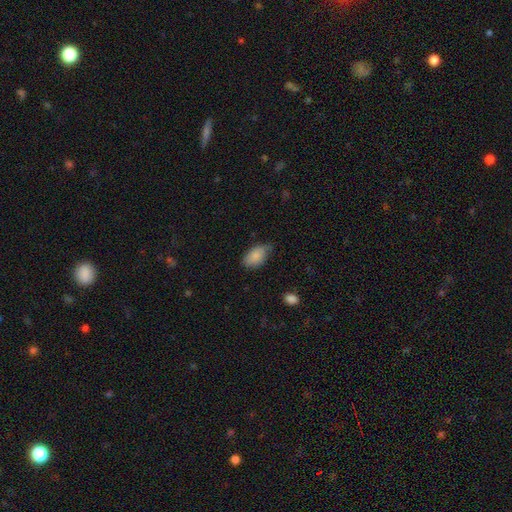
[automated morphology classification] smooth-or-featured: smooth: 84% | featured or disk: 9% | star or artifact: 7%
  how-rounded: in between: 92% | round: 6% | cigar-shaped: 2%
  merging: none: 59% | minor disturbance: 33% | major disturbance: 6% | merger: 2%